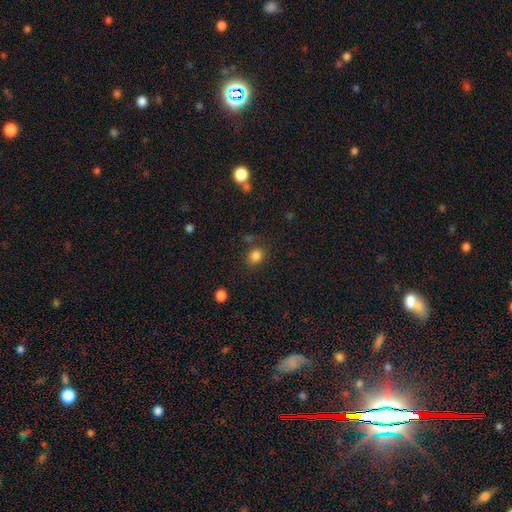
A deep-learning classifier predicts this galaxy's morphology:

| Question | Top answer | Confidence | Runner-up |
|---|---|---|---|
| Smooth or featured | smooth | 83% | star or artifact (12%) |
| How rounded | round | 64% | in between (35%) |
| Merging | none | 76% | minor disturbance (14%) |